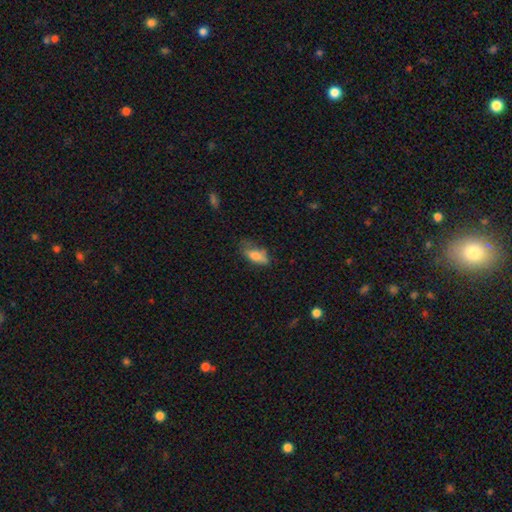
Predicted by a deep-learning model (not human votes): This appears to be a smooth galaxy with no disk features (78%) that is in between round and cigar-shaped (82%). Merging: none (46%).